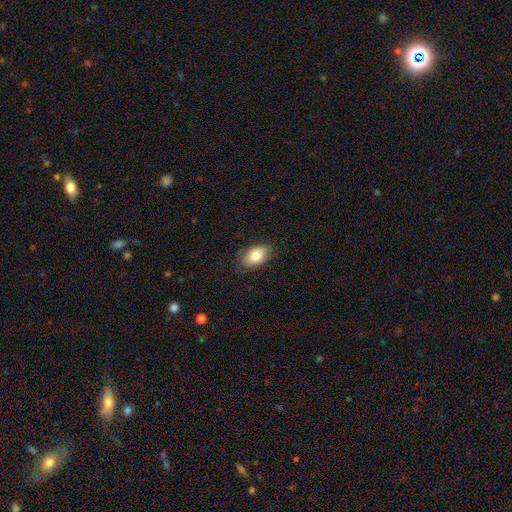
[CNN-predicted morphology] Smooth or featured? Predicted: smooth (p=0.82). How rounded? Predicted: in between (p=0.90). Merging? Predicted: none (p=0.82).